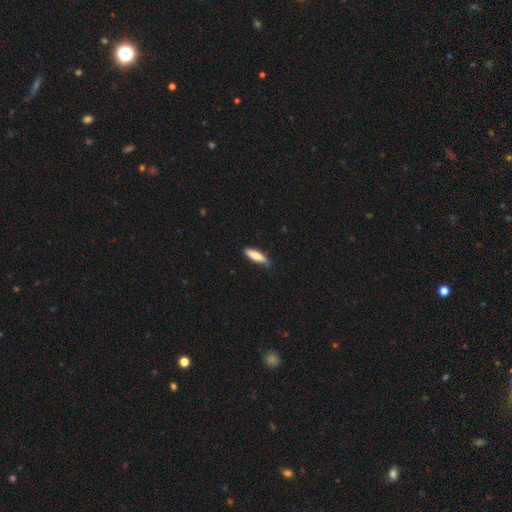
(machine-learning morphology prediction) Smooth or featured? Predicted: smooth (p=0.78). How rounded? Predicted: cigar-shaped (p=0.64). Merging? Predicted: none (p=0.74).